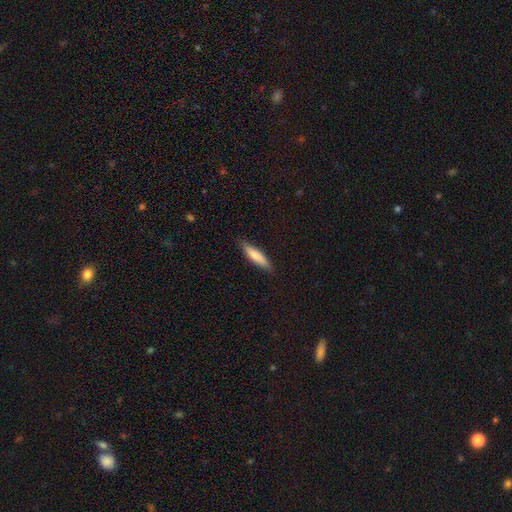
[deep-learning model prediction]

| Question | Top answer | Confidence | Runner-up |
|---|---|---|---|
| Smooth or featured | smooth | 78% | featured or disk (16%) |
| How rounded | cigar-shaped | 77% | in between (22%) |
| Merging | none | 86% | minor disturbance (11%) |